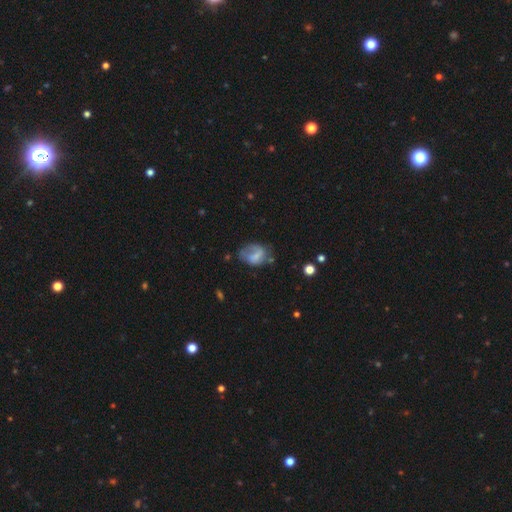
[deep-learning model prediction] Q: Smooth or featured?
A: smooth (52%); runner-up: featured or disk (38%)
Q: How rounded?
A: in between (70%); runner-up: round (28%)
Q: Merging?
A: none (38%); runner-up: minor disturbance (30%)